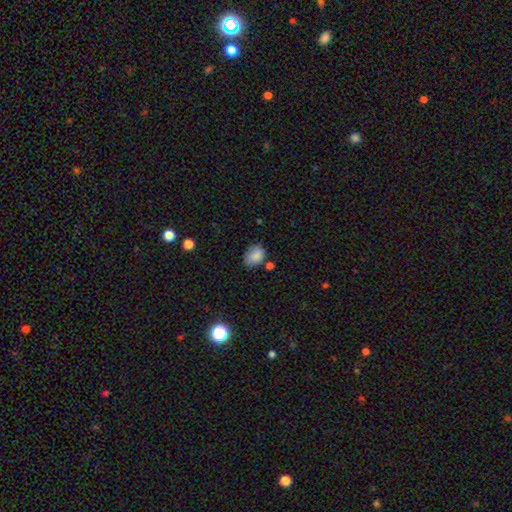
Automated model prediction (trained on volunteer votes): Morphology: type=smooth (85%); roundness=in between (69%); merging=none (69%).